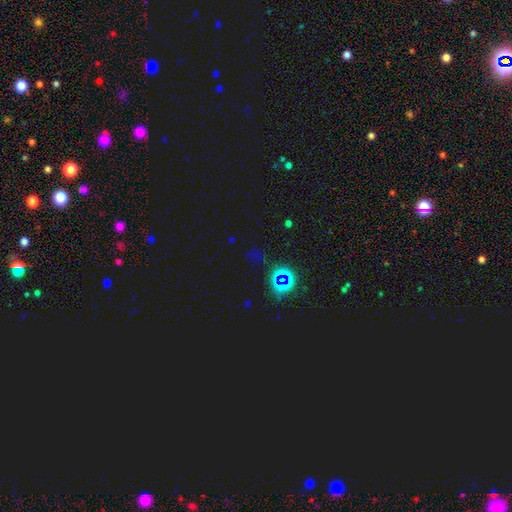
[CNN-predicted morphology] Q: Smooth or featured?
A: star or artifact (75%); runner-up: smooth (16%)